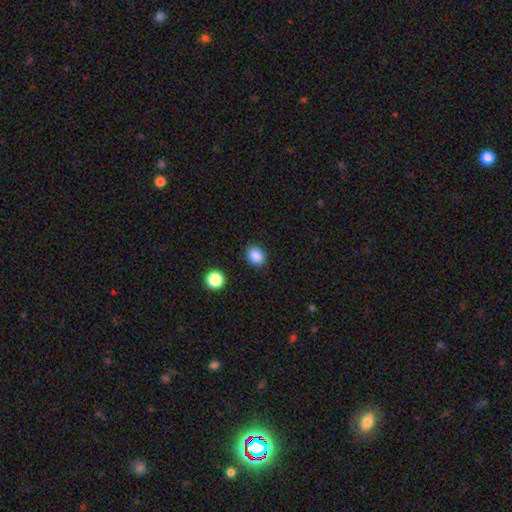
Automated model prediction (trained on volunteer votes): This is clearly a smooth galaxy (87%). How rounded: possibly round (50%). Merging: clearly none (88%).